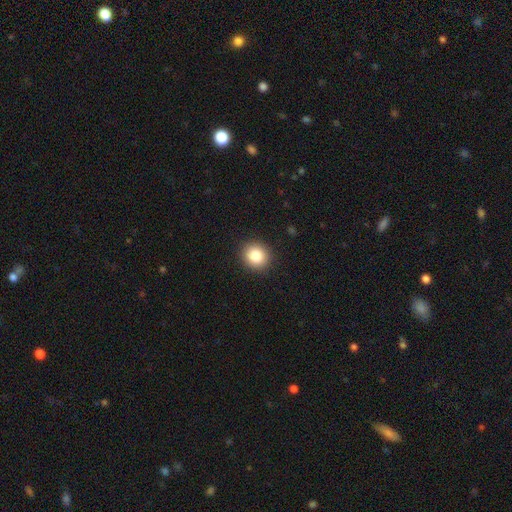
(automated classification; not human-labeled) Smooth or featured?
  - smooth: 84% *
  - star or artifact: 10%
  - featured or disk: 6%
How rounded?
  - round: 87% *
  - in between: 12%
  - cigar-shaped: 1%
Merging?
  - none: 92% *
  - minor disturbance: 6%
  - major disturbance: 2%
  - merger: 1%